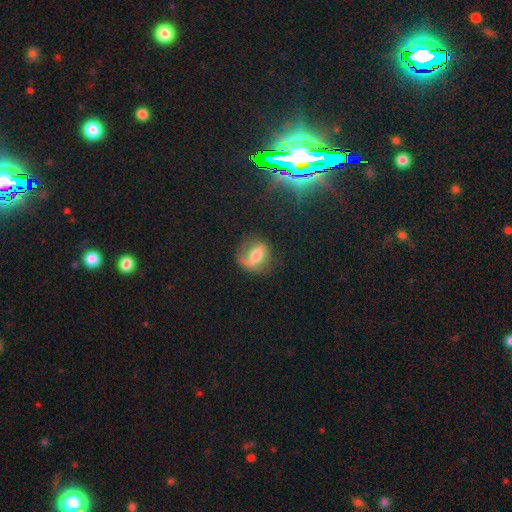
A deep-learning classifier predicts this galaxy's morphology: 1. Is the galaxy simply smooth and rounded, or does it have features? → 53% featured or disk, 37% smooth, 10% star or artifact.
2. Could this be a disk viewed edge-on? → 85% no, 15% yes.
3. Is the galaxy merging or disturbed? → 66% none, 20% minor disturbance, 12% major disturbance, 2% merger.